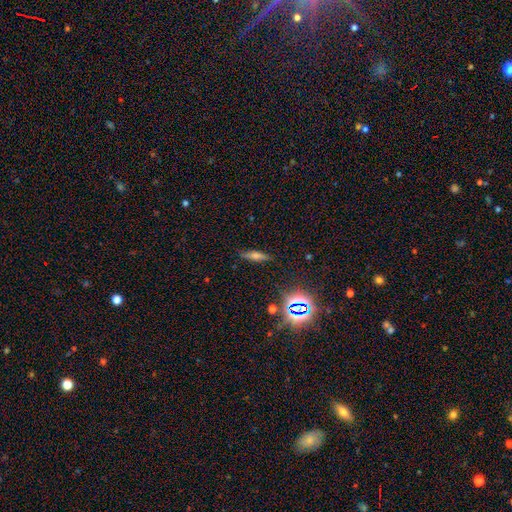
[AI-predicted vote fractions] A smooth galaxy with no disk features (47%).

Vote fractions:
- Smooth or featured? smooth: 47% / featured or disk: 35% / star or artifact: 18%
- Merging? none: 83% / minor disturbance: 12% / major disturbance: 3% / merger: 2%